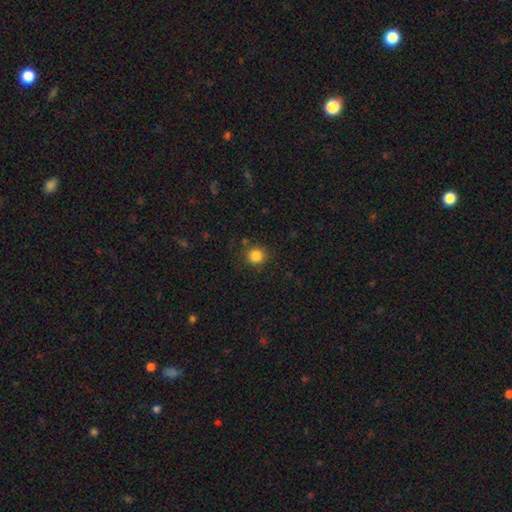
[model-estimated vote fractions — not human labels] Smooth or featured? Predicted: smooth (p=0.84). How rounded? Predicted: round (p=0.91). Merging? Predicted: none (p=0.87).